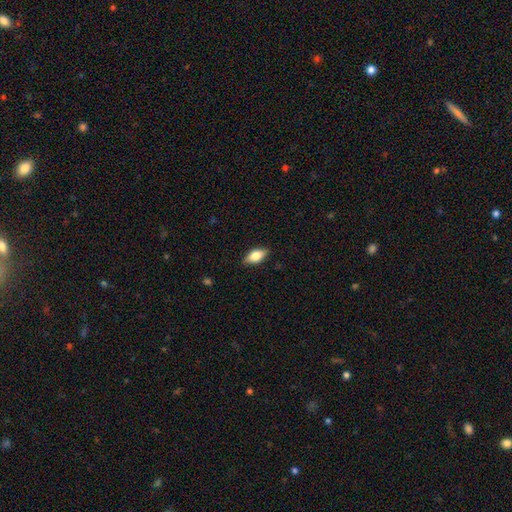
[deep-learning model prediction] smooth_or_featured: smooth (p=0.72) [alt: featured or disk p=0.21]
how_rounded: in between (p=0.86) [alt: cigar-shaped p=0.10]
merging: none (p=0.87) [alt: minor disturbance p=0.10]